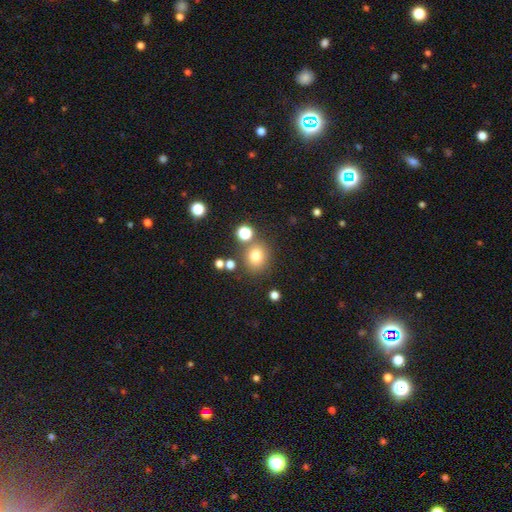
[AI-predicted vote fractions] A smooth galaxy with no disk features (76%) that is round (83%).

Vote fractions:
- Smooth or featured? smooth: 76% / star or artifact: 16% / featured or disk: 8%
- How rounded? round: 83% / in between: 16% / cigar-shaped: 1%
- Merging? none: 76% / merger: 10% / minor disturbance: 10% / major disturbance: 4%